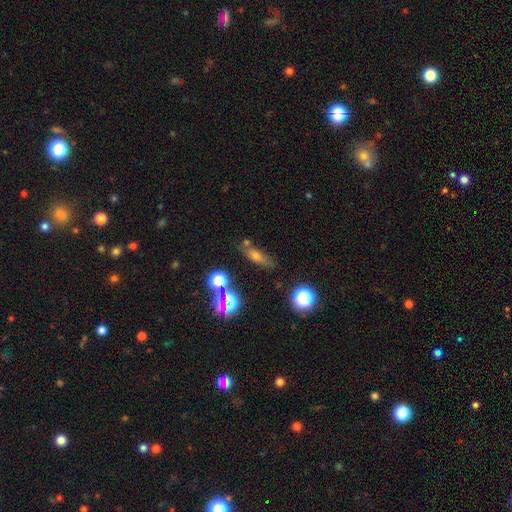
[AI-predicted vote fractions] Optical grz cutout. It shows a smooth galaxy with no disk features (61%) that is in between round and cigar-shaped (50%). Merging: none (62%).